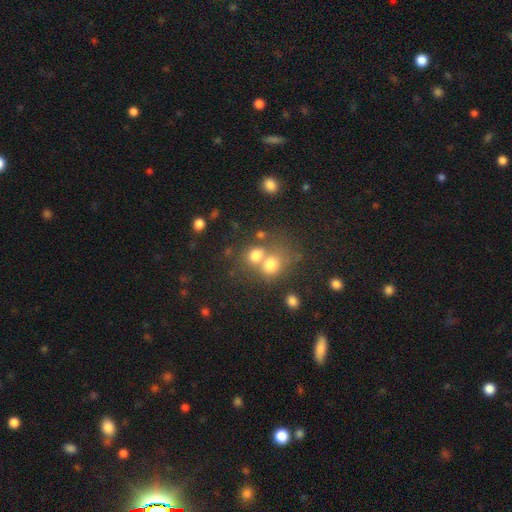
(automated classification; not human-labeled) The model was most divided on "merging": merger: 50%, none: 38%, minor disturbance: 8%, major disturbance: 5%. More confident: smooth or featured — smooth (72%); how rounded — round (69%).